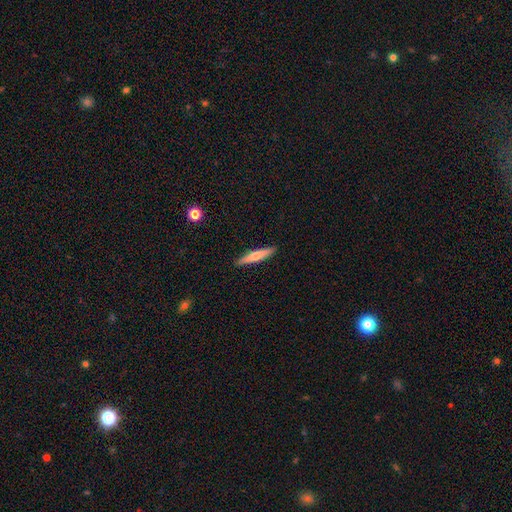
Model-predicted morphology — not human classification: smooth_or_featured: smooth (p=0.57) [alt: featured or disk p=0.38]
how_rounded: cigar-shaped (p=0.90) [alt: in between p=0.09]
merging: none (p=0.91) [alt: minor disturbance p=0.07]